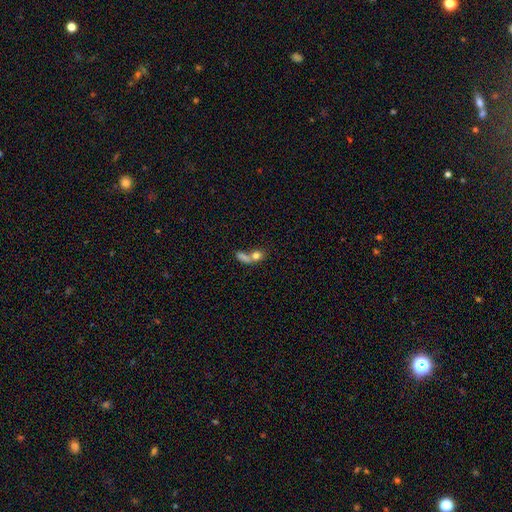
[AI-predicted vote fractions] The model was most divided on "how rounded": round: 52%, in between: 43%, cigar-shaped: 5%. More confident: smooth or featured — smooth (74%); merging — merger (61%).